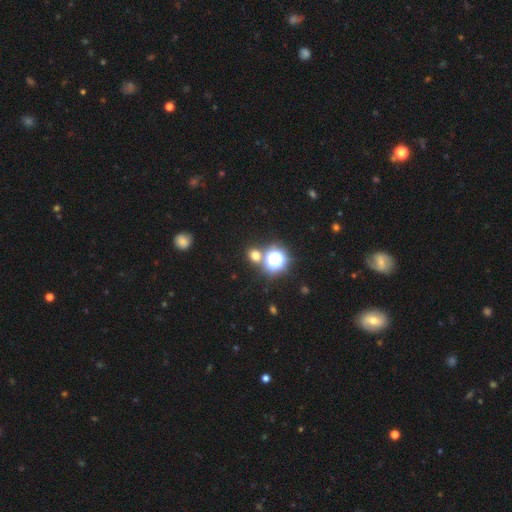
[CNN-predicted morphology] smooth-or-featured: smooth: 61% | star or artifact: 33% | featured or disk: 7%
  how-rounded: round: 80% | in between: 19% | cigar-shaped: 1%
  merging: none: 77% | merger: 12% | minor disturbance: 8% | major disturbance: 3%